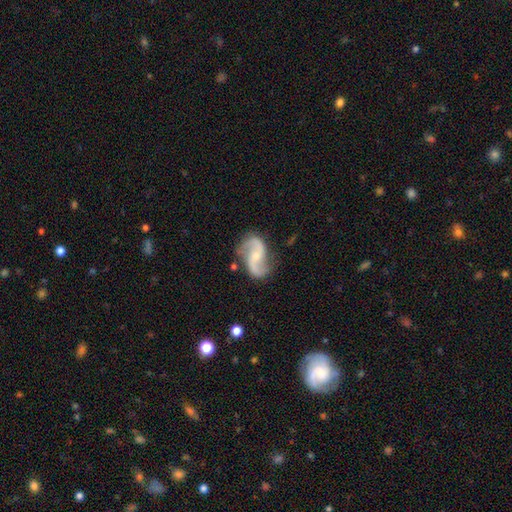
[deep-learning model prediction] Smooth or featured? featured or disk (89%)
Edge-on disk? no (98%)
Bar? no (50%)
Spiral arms? yes (97%)
Spiral winding? loose (60%)
Spiral arm count? 2 (94%)
Bulge size? small (60%)
Merging? none (76%)